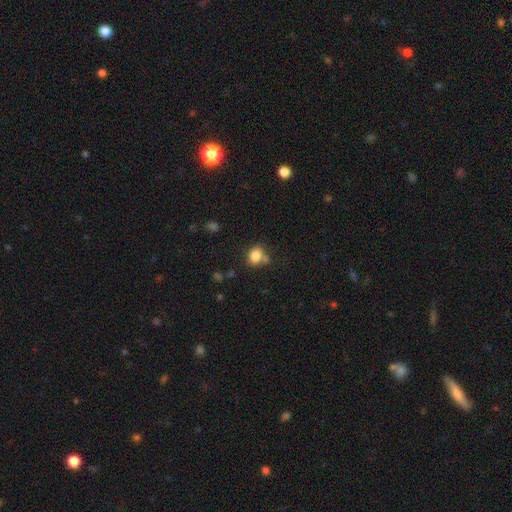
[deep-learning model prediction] Smooth or featured? Predicted: smooth (p=0.82). How rounded? Predicted: round (p=0.59). Merging? Predicted: none (p=0.63).